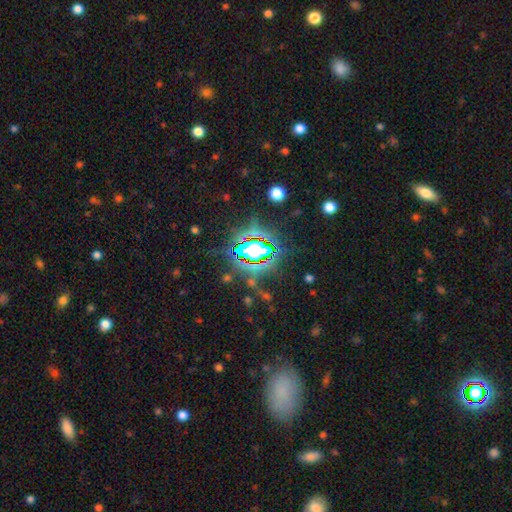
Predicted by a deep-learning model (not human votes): The model was most divided on "smooth or featured": star or artifact: 80%, smooth: 12%, featured or disk: 8%.